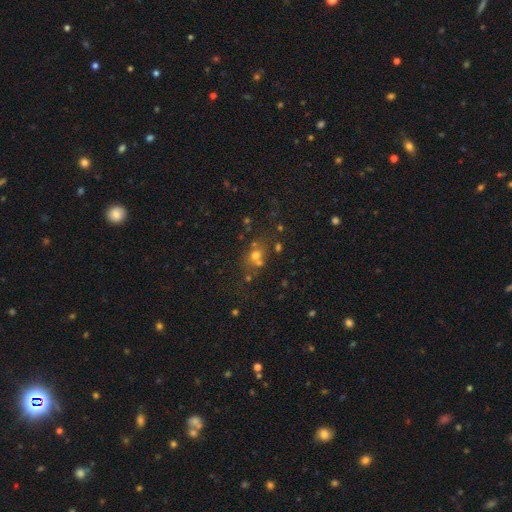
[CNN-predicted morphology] The model was most divided on "smooth or featured": smooth: 52%, star or artifact: 31%, featured or disk: 17%. More confident: how rounded — round (72%); merging — none (57%).